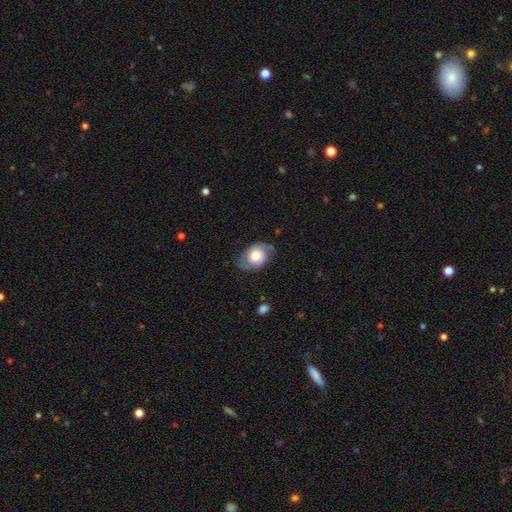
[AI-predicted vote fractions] Overall: featured or disk (56%; smooth 37%). Edge-on disk: no (95%). Bar: no (75%). Spiral arms: yes (80%). Bulge size: moderate (54%; large 33%). Merging: none (67%).